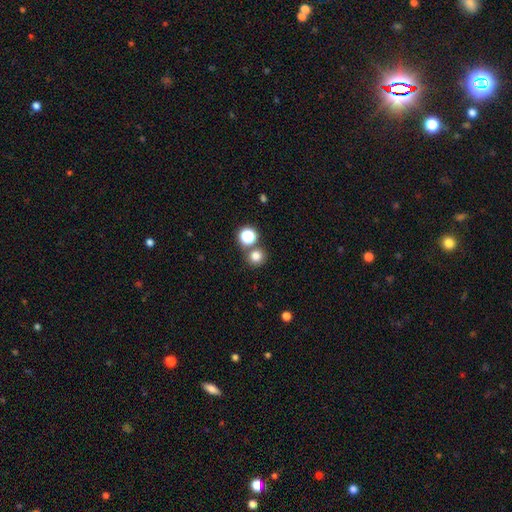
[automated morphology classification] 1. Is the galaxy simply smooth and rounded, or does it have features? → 77% smooth, 17% star or artifact, 6% featured or disk.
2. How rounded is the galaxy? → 91% round, 8% in between, 1% cigar-shaped.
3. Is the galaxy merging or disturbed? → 73% none, 17% merger, 7% minor disturbance, 3% major disturbance.